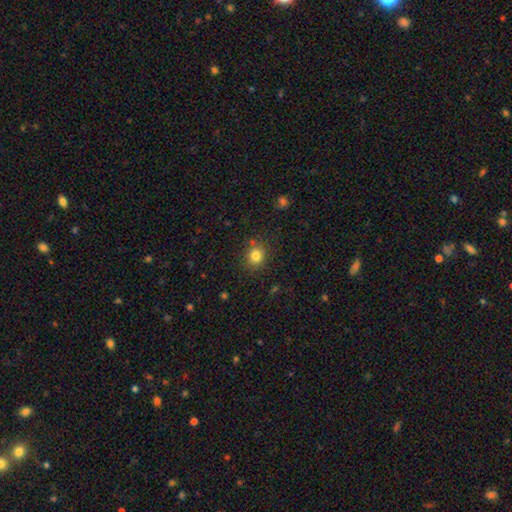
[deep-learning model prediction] Smooth or featured? Predicted: smooth (p=0.82). How rounded? Predicted: round (p=0.77). Merging? Predicted: none (p=0.84).